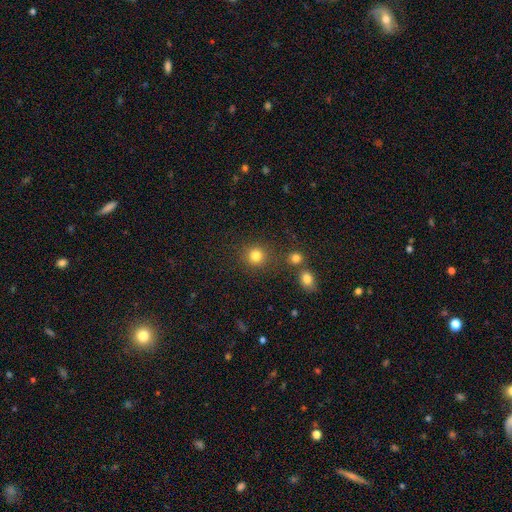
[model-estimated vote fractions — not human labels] Smooth or featured? smooth (82%)
How rounded? round (91%)
Merging? none (83%)